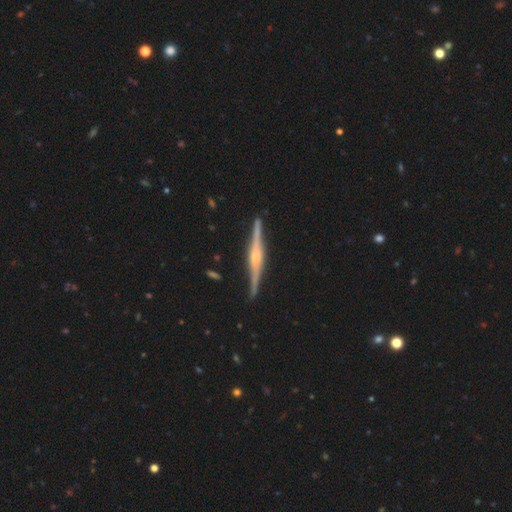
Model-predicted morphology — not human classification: type=featured or disk (88%); edge-on=yes (98%); edge-on bulge=rounded (67%); merging=none (90%).